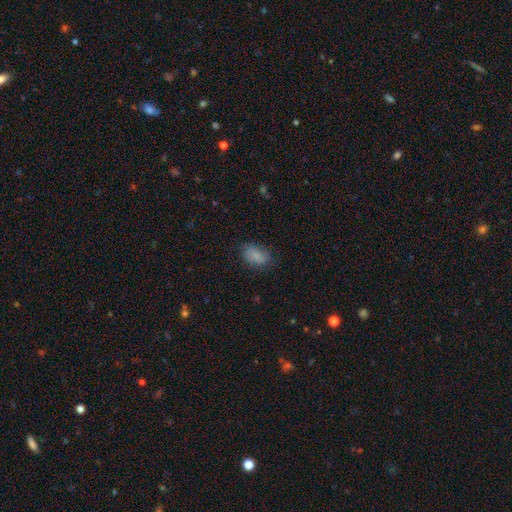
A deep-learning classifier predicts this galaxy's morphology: smooth-or-featured: smooth: 84% | star or artifact: 9% | featured or disk: 7%
  how-rounded: in between: 90% | round: 8% | cigar-shaped: 2%
  merging: none: 73% | minor disturbance: 20% | major disturbance: 6% | merger: 1%